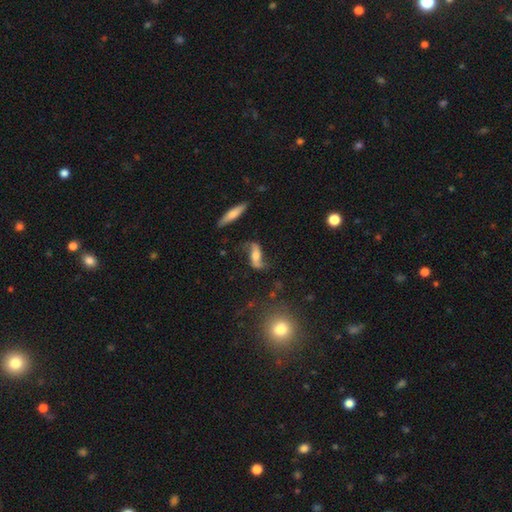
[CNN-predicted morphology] type=featured or disk (75%); edge-on=no (85%); bar=no (46%); spiral arms=yes (92%); winding=loose (87%); arm count=2 (93%); bulge=moderate (42%); merging=none (68%).